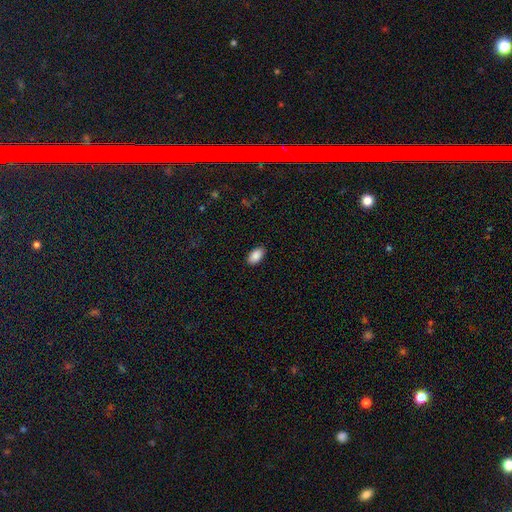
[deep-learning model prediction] smooth-or-featured: smooth: 89% | star or artifact: 7% | featured or disk: 4%
  how-rounded: in between: 94% | round: 4% | cigar-shaped: 2%
  merging: none: 88% | minor disturbance: 9% | major disturbance: 2% | merger: 1%